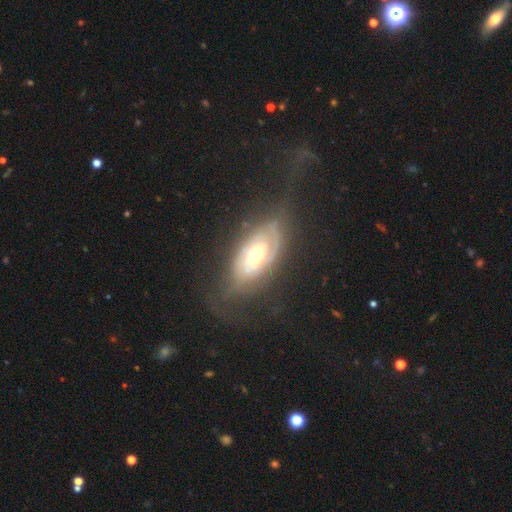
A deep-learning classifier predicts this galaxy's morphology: Overall: featured or disk (79%). Edge-on disk: no (89%). Bar: no (69%). Spiral arms: yes (80%). Spiral arm count: 2 (40%; can't tell 38%). Spiral winding: tight (61%; medium 26%). Bulge size: moderate (70%). Merging: none (56%; minor disturbance 21%).